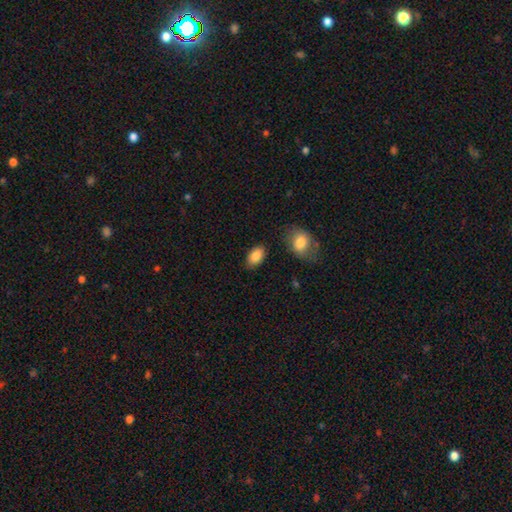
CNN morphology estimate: The model was most divided on "merging": none: 83%, minor disturbance: 11%, merger: 3%, major disturbance: 3%. More confident: how rounded — in between (91%); smooth or featured — smooth (86%).